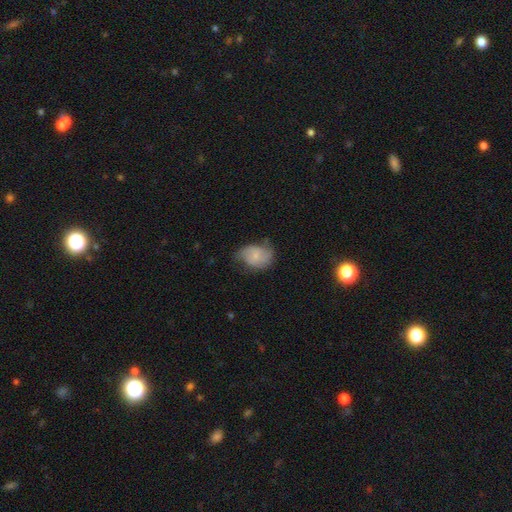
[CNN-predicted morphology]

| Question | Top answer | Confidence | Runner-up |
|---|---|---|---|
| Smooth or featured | smooth | 53% | featured or disk (39%) |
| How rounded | in between | 70% | round (29%) |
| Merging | none | 48% | minor disturbance (36%) |